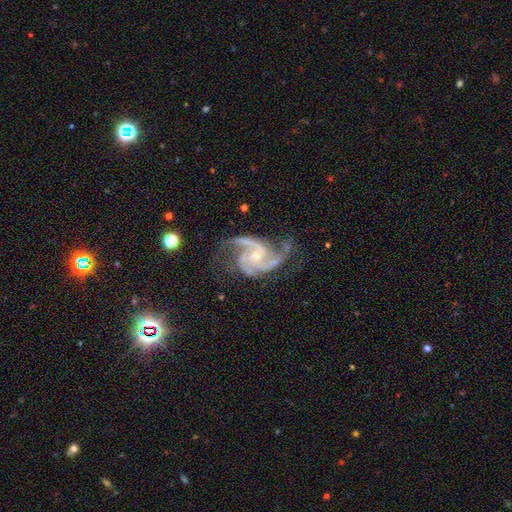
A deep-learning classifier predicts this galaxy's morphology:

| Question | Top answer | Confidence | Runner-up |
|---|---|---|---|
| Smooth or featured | featured or disk | 93% | star or artifact (5%) |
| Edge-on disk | no | 98% | yes (2%) |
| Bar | no | 60% | weak (31%) |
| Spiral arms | yes | 98% | no (2%) |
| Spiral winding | medium | 61% | tight (23%) |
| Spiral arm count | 2 | 42% | 3 (41%) |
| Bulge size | small | 67% | moderate (29%) |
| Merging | none | 62% | minor disturbance (22%) |